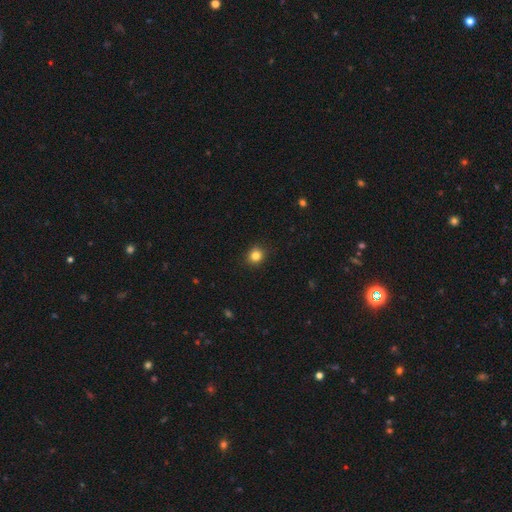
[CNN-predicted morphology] The model was most divided on "how rounded": round: 83%, in between: 16%, cigar-shaped: 1%. More confident: merging — none (90%); smooth or featured — smooth (83%).